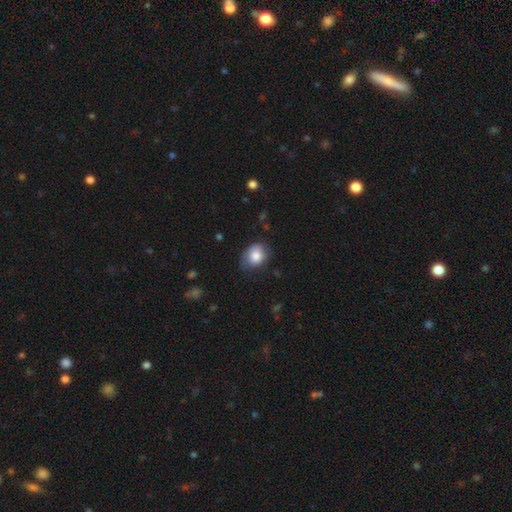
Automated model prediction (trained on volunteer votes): Overall: smooth (79%). How rounded: in between (59%; round 40%). Merging: none (58%; minor disturbance 31%).